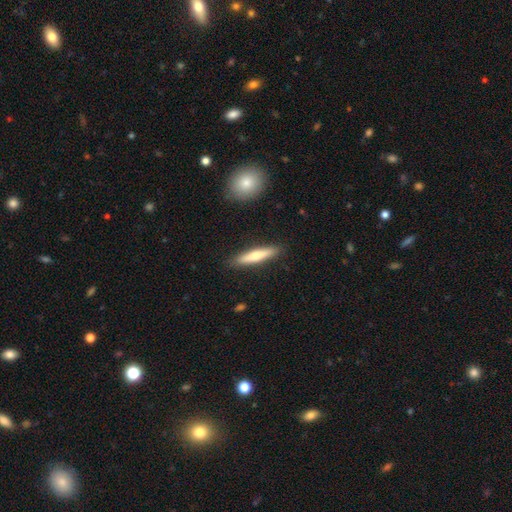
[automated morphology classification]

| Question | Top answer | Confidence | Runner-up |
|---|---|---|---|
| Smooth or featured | smooth | 63% | featured or disk (32%) |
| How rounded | cigar-shaped | 88% | in between (11%) |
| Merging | none | 89% | minor disturbance (8%) |